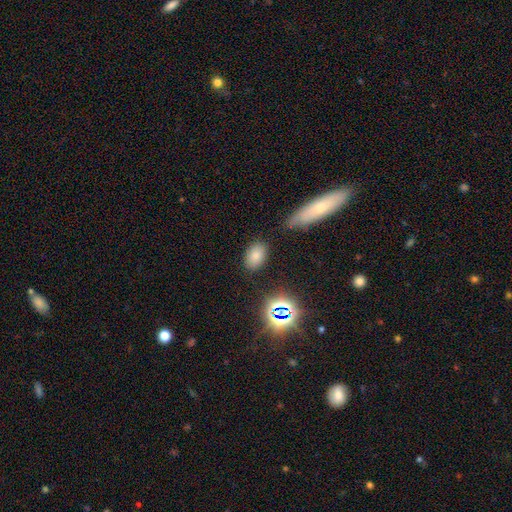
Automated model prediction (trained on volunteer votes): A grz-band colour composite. It shows a smooth galaxy with no disk features (77%) that is in between round and cigar-shaped (88%). Merging: none (82%).